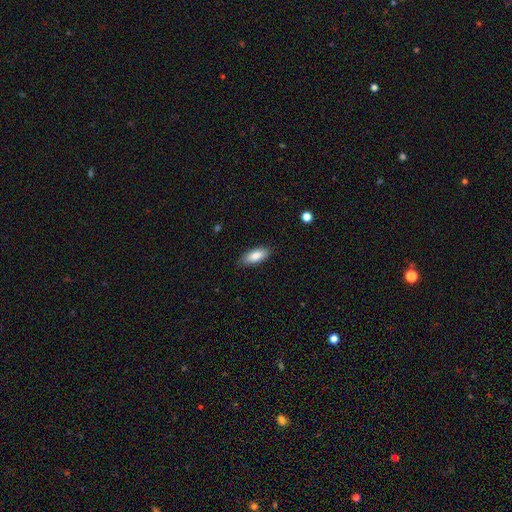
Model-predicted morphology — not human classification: smooth_or_featured: smooth (p=0.86) [alt: featured or disk p=0.08]
how_rounded: in between (p=0.80) [alt: cigar-shaped p=0.18]
merging: none (p=0.84) [alt: minor disturbance p=0.13]